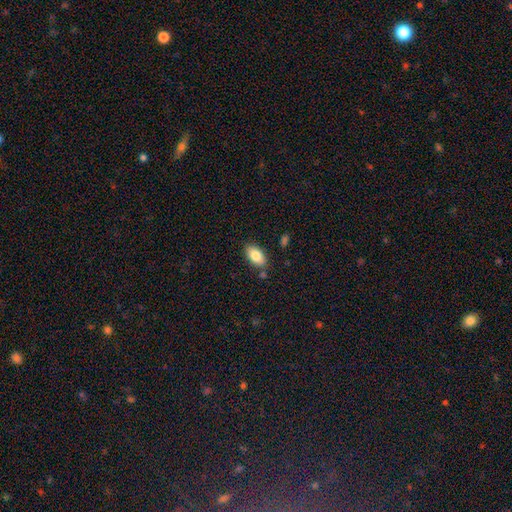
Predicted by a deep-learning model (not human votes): smooth_or_featured: smooth (p=0.83) [alt: featured or disk p=0.10]
how_rounded: in between (p=0.93) [alt: round p=0.04]
merging: none (p=0.82) [alt: minor disturbance p=0.11]